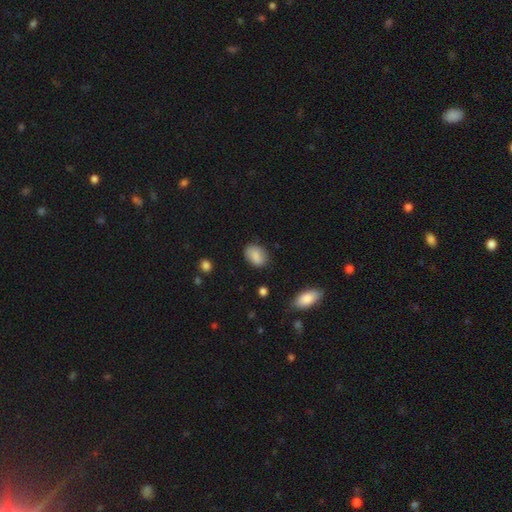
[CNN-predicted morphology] Smooth or featured? Predicted: smooth (p=0.82). How rounded? Predicted: in between (p=0.79). Merging? Predicted: none (p=0.77).